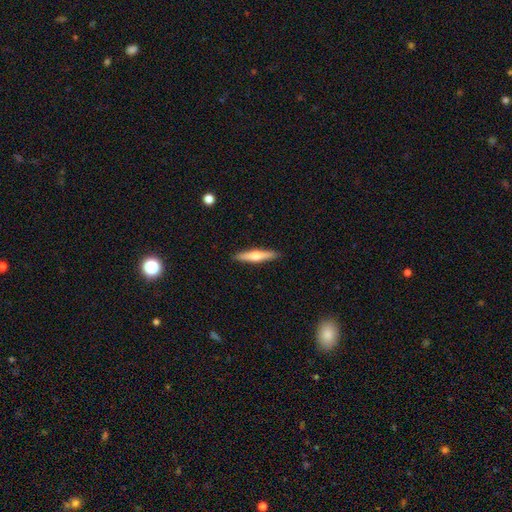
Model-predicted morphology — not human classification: Smooth or featured? Predicted: smooth (p=0.49). Merging? Predicted: none (p=0.91).